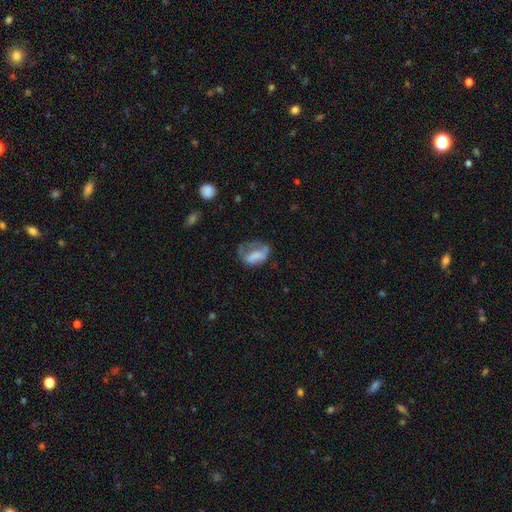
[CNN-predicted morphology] This appears to be a smooth galaxy with no disk features (55%) that is in between round and cigar-shaped (78%). Merging: major disturbance (42%).